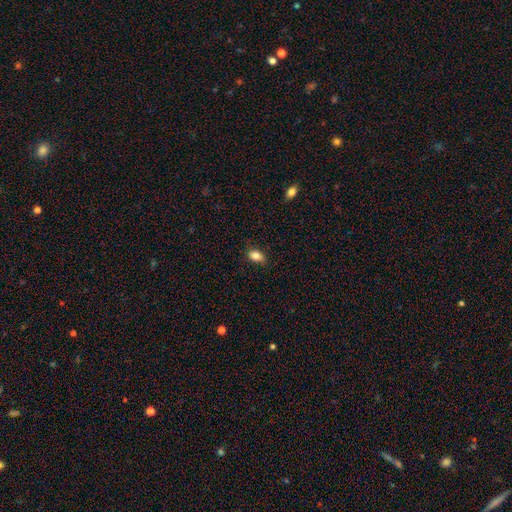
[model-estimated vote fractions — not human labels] smooth 84%, star or artifact 9%, featured or disk 7%. Down the decision tree: how rounded — in between (86%); merging — none (84%).